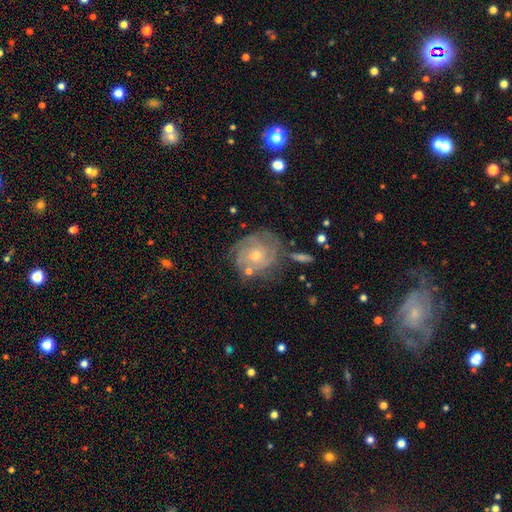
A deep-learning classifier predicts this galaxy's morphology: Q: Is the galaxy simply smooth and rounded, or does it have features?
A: featured or disk — 79%.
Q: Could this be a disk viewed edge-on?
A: no — 97%.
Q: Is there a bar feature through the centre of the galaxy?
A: no — 65%.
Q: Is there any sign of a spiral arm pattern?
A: yes — 93%.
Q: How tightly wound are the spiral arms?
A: tight — 67%.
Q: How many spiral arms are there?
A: can't tell — 34%.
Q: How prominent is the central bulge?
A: moderate — 48%.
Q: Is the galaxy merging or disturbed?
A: none — 69%.